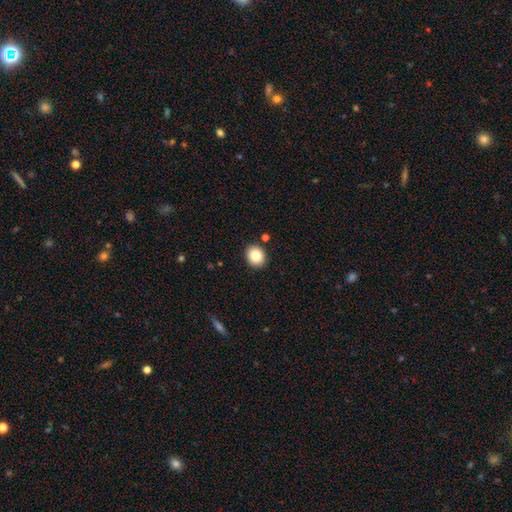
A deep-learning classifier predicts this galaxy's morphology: Smooth or featured: smooth — 84% (star or artifact — 9%)
How rounded: round — 70% (in between — 29%)
Merging: none — 89% (minor disturbance — 6%)